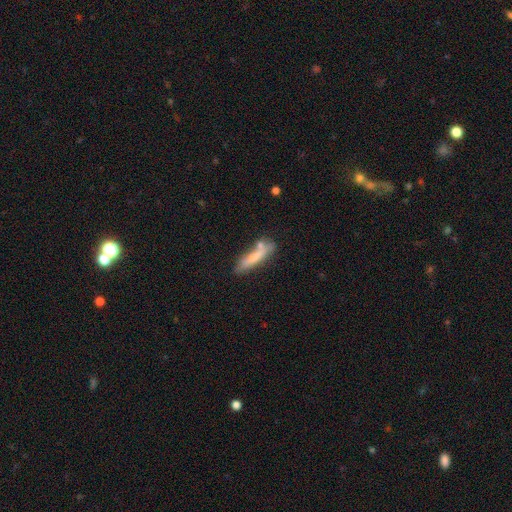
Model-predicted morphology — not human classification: Smooth or featured? smooth (70%)
How rounded? cigar-shaped (84%)
Merging? none (62%)